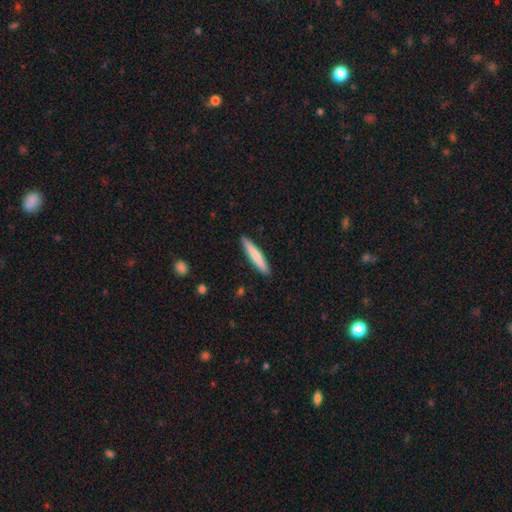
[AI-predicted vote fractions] This appears to be a smooth galaxy with no disk features (73%) that is cigar-shaped (92%). Merging: none (91%).